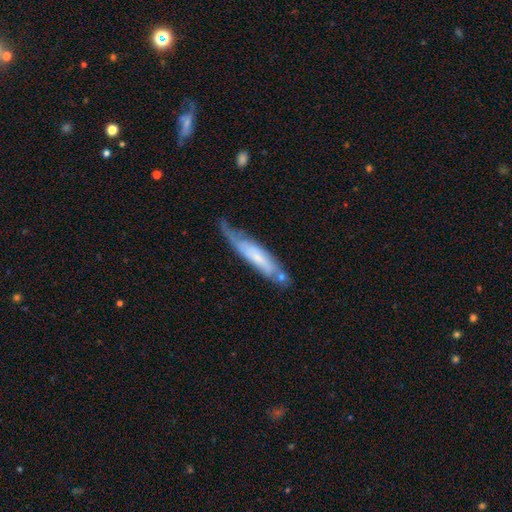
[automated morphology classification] Smooth or featured? Predicted: featured or disk (p=0.51). Edge-on disk? Predicted: yes (p=0.50, tied with no). Merging? Predicted: none (p=0.47).